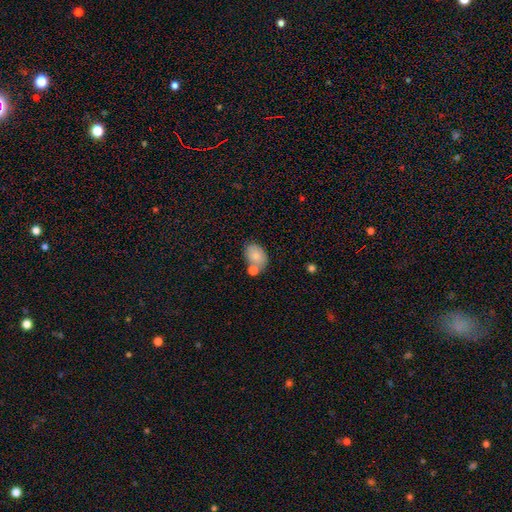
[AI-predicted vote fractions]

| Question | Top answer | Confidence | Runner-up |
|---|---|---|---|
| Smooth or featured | smooth | 80% | featured or disk (12%) |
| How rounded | in between | 81% | round (18%) |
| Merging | none | 60% | merger (20%) |